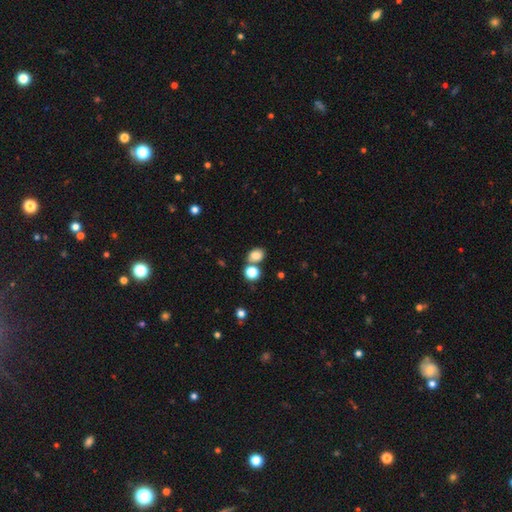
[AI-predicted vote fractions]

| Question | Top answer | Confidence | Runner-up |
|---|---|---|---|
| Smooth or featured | smooth | 82% | star or artifact (12%) |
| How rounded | in between | 59% | round (40%) |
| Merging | none | 59% | merger (25%) |